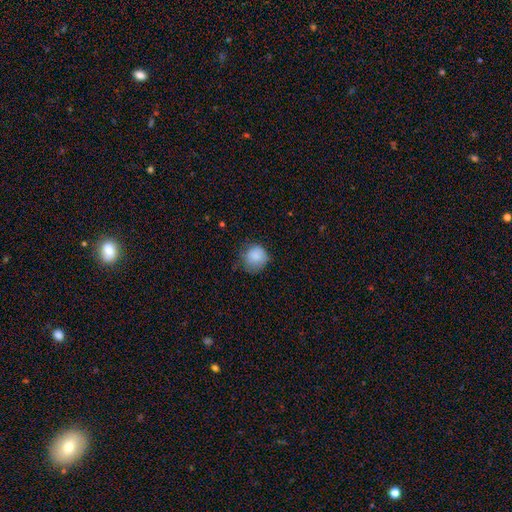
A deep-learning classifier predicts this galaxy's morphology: smooth_or_featured: smooth (p=0.83) [alt: star or artifact p=0.09]
how_rounded: round (p=0.84) [alt: in between p=0.15]
merging: none (p=0.56) [alt: minor disturbance p=0.31]